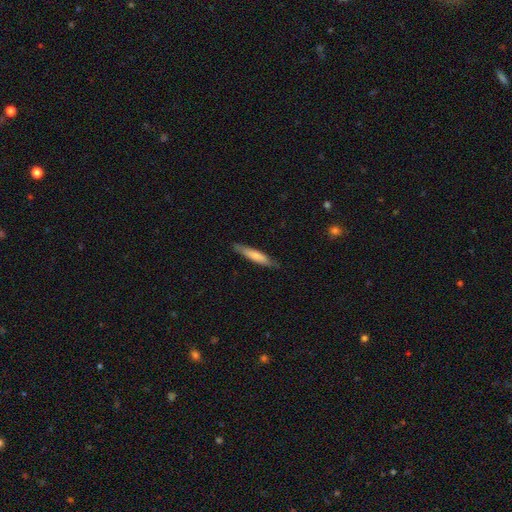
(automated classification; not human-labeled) Morphology: type=smooth (72%); roundness=cigar-shaped (87%); merging=none (83%).